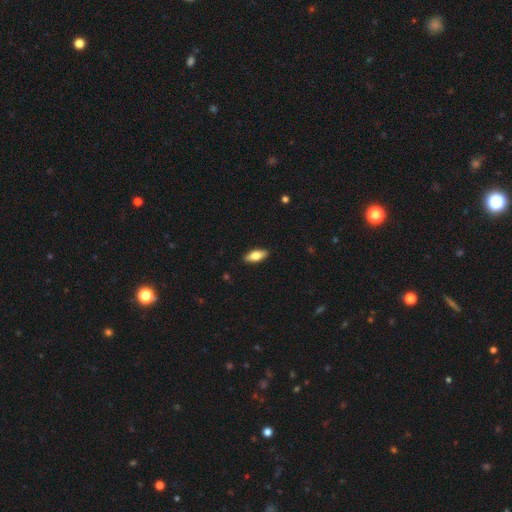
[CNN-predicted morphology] smooth-or-featured: smooth: 75% | featured or disk: 19% | star or artifact: 6%
  how-rounded: in between: 82% | cigar-shaped: 16% | round: 2%
  merging: none: 90% | minor disturbance: 8% | major disturbance: 2% | merger: 1%